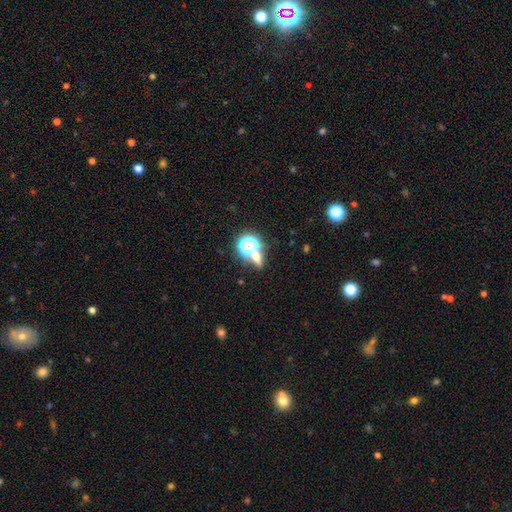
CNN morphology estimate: Smooth or featured?
  - smooth: 45% *
  - star or artifact: 40%
  - featured or disk: 14%
Merging?
  - none: 57% *
  - merger: 27%
  - minor disturbance: 9%
  - major disturbance: 6%